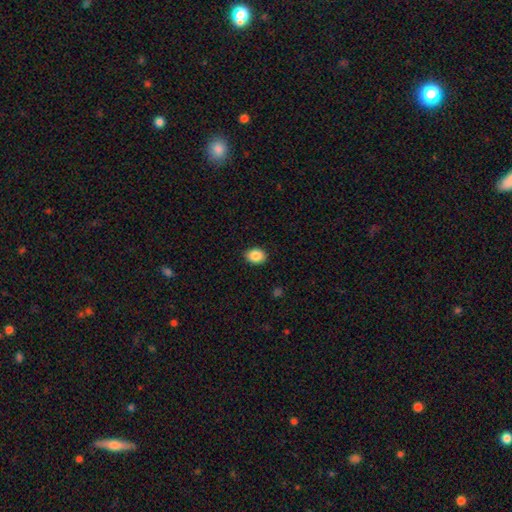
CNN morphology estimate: This is clearly a smooth galaxy (88%). How rounded: likely in between (67%). Merging: clearly none (89%).